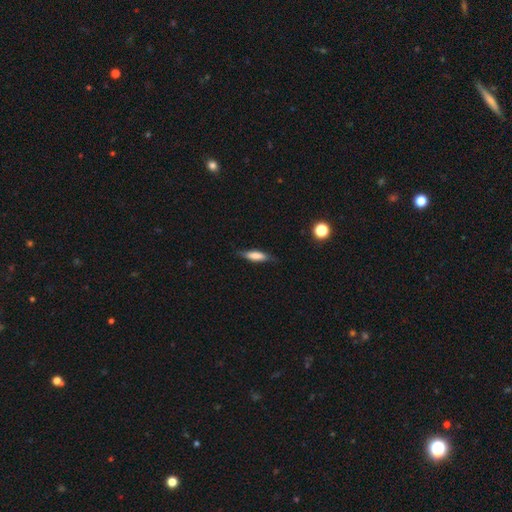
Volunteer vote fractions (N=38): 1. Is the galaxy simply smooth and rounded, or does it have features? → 55% smooth, 42% featured or disk, 3% star or artifact.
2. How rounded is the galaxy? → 67% in between, 29% cigar-shaped, 5% round.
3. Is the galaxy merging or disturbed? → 76% none, 22% minor disturbance, 3% merger, 0% major disturbance.